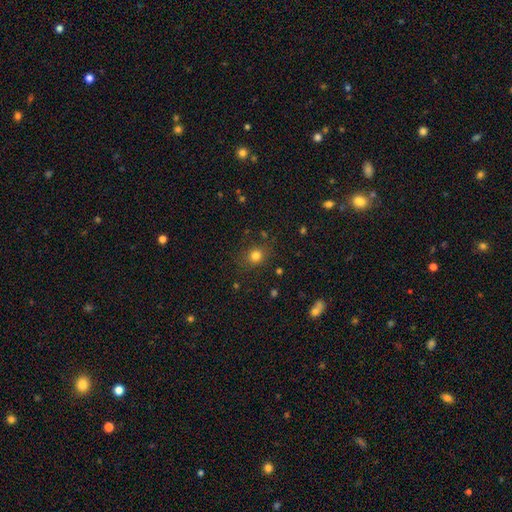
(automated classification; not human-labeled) smooth-or-featured: smooth: 79% | star or artifact: 15% | featured or disk: 7%
  how-rounded: round: 75% | in between: 24% | cigar-shaped: 1%
  merging: none: 81% | minor disturbance: 12% | major disturbance: 4% | merger: 2%